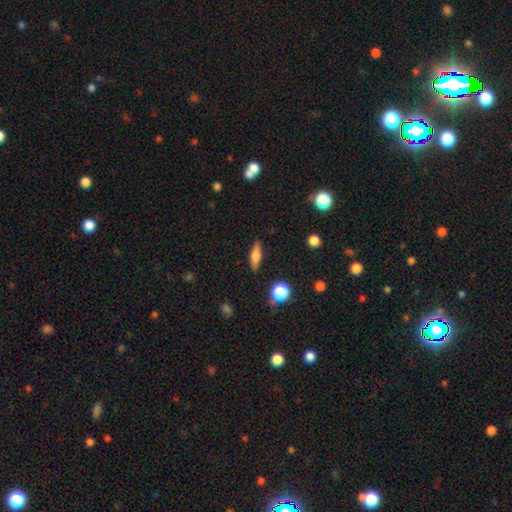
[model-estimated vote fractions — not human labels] Morphology: type=smooth (60%); roundness=cigar-shaped (53%); merging=none (86%).